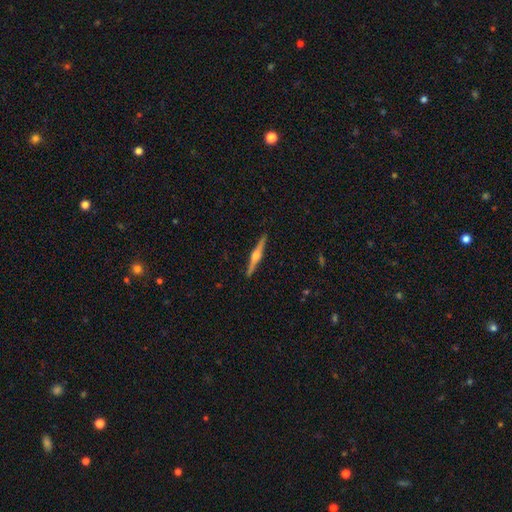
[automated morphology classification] smooth-or-featured: featured or disk: 77% | smooth: 18% | star or artifact: 5%
  disk-edge-on: yes: 98% | no: 2%
    edge-on-bulge: rounded: 89% | boxy: 7% | none: 4%
  merging: none: 92% | minor disturbance: 6% | major disturbance: 1% | merger: 1%